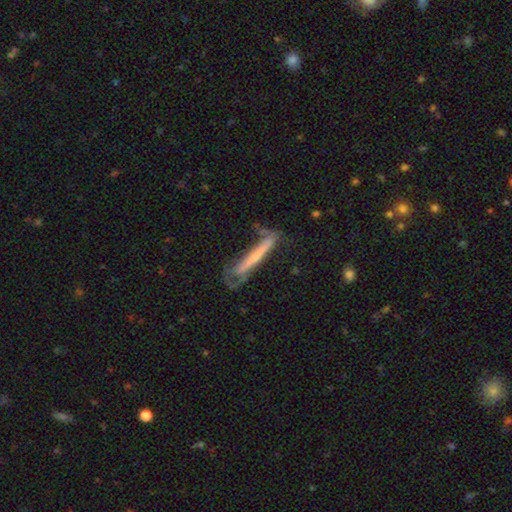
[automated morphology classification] A featured or disk galaxy (53%) viewed edge-on (82%).

Vote fractions:
- Smooth or featured? featured or disk: 53% / smooth: 41% / star or artifact: 6%
- Edge-on disk? yes: 82% / no: 18%
- Merging? none: 49% / minor disturbance: 26% / major disturbance: 20% / merger: 6%